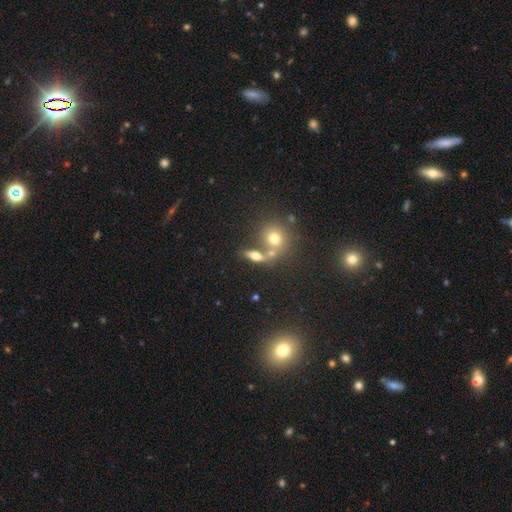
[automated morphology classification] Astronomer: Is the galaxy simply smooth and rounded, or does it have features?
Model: smooth — 59%.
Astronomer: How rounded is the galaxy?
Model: in between — 53%.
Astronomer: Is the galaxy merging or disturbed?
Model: none — 51% (runner-up: merger, 32%).